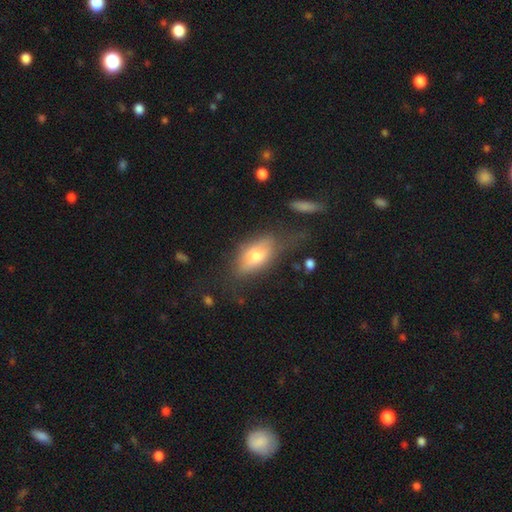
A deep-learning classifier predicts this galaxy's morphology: Q: Smooth or featured?
A: smooth (62%); runner-up: featured or disk (29%)
Q: How rounded?
A: in between (83%); runner-up: cigar-shaped (11%)
Q: Merging?
A: none (51%); runner-up: minor disturbance (24%)